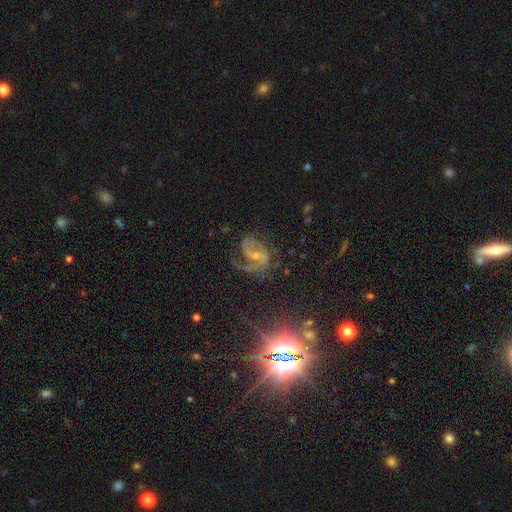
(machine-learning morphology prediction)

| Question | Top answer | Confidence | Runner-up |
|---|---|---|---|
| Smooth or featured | featured or disk | 77% | star or artifact (15%) |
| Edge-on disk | no | 97% | yes (3%) |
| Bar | weak | 45% | no (34%) |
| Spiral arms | yes | 94% | no (6%) |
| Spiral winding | medium | 52% | loose (30%) |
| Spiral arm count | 2 | 62% | 1 (19%) |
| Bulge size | small | 63% | moderate (24%) |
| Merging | none | 52% | major disturbance (27%) |